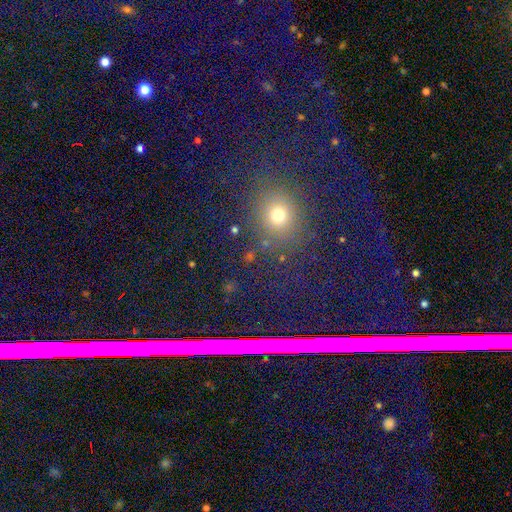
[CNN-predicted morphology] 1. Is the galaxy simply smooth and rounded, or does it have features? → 49% star or artifact, 39% smooth, 12% featured or disk.